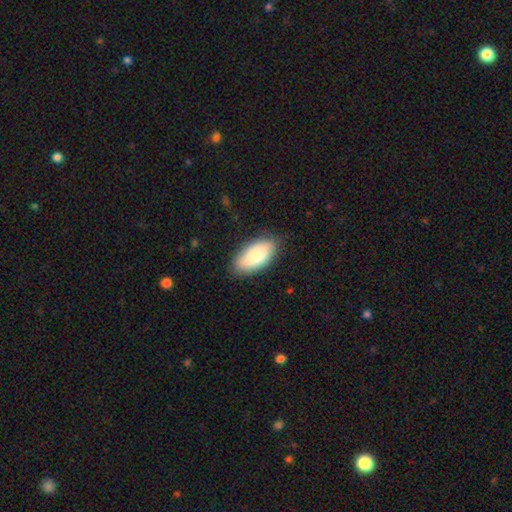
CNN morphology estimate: type=smooth (84%); roundness=in between (93%); merging=none (83%).